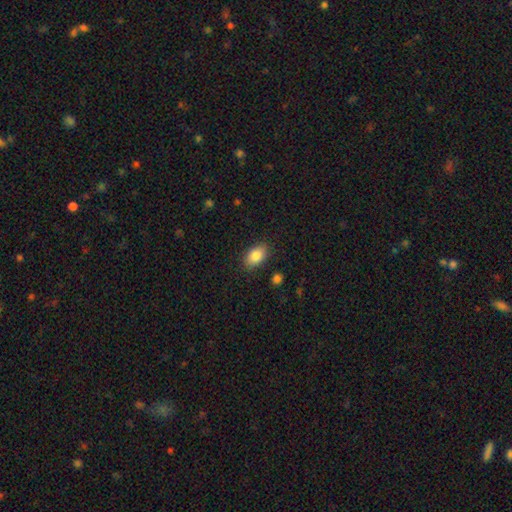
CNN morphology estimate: Smooth or featured: smooth — 85% (featured or disk — 8%)
How rounded: in between — 89% (round — 9%)
Merging: none — 86% (minor disturbance — 10%)